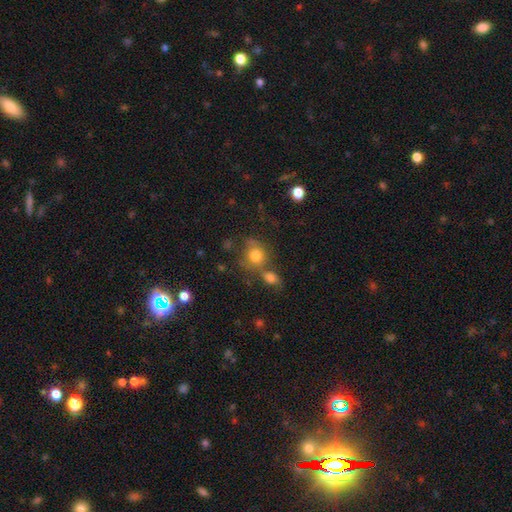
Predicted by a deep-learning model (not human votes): Q: Smooth or featured?
A: smooth (75%); runner-up: featured or disk (14%)
Q: How rounded?
A: round (74%); runner-up: in between (25%)
Q: Merging?
A: none (44%); runner-up: merger (32%)